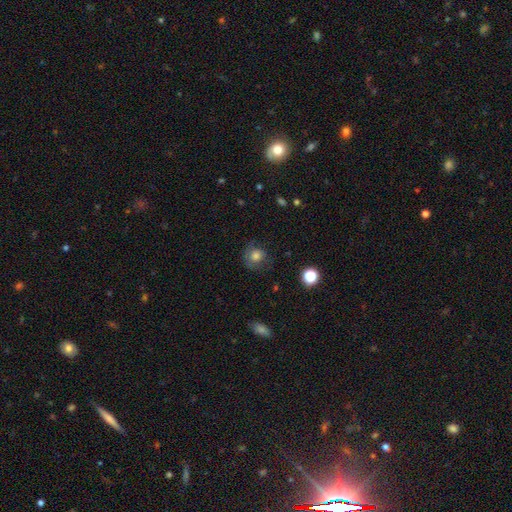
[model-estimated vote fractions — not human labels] Smooth or featured? smooth (61%)
How rounded? round (83%)
Merging? none (67%)